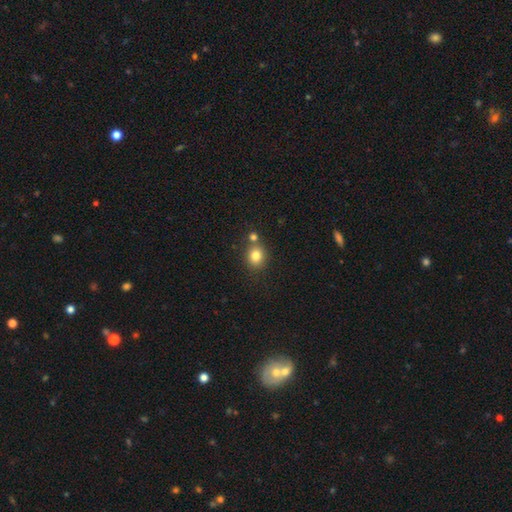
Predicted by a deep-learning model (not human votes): smooth_or_featured: smooth (p=0.81) [alt: star or artifact p=0.11]
how_rounded: round (p=0.73) [alt: in between p=0.26]
merging: none (p=0.66) [alt: merger p=0.21]